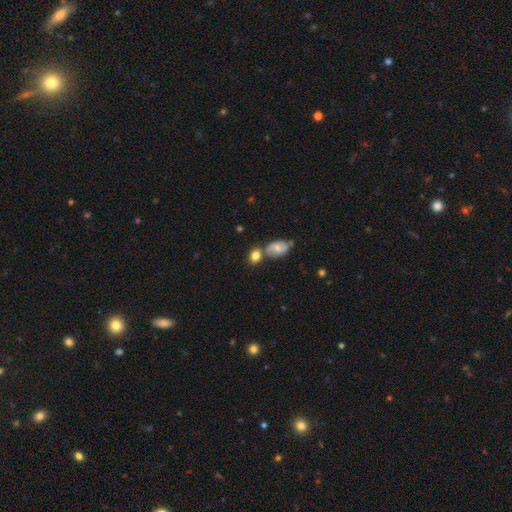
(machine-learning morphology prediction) smooth_or_featured: smooth (p=0.76) [alt: featured or disk p=0.15]
how_rounded: in between (p=0.50) [alt: round p=0.48]
merging: none (p=0.54) [alt: merger p=0.30]